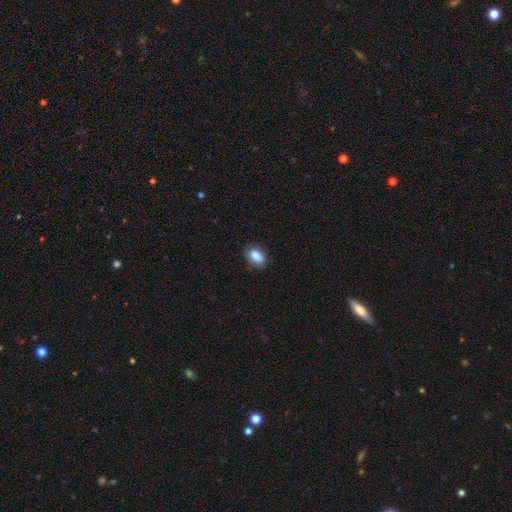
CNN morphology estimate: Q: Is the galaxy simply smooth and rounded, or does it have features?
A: smooth — 86%.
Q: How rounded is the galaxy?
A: in between — 83%.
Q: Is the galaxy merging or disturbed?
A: none — 83%.